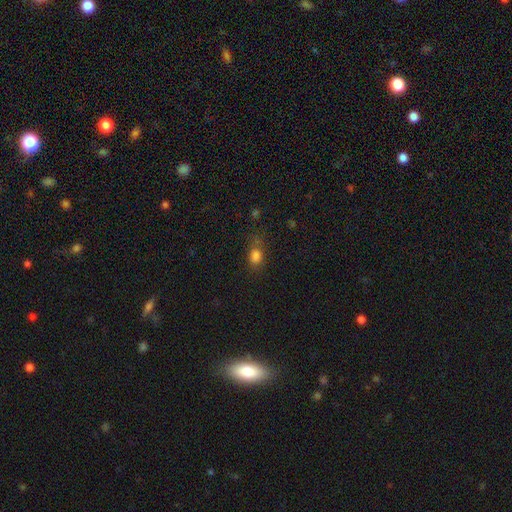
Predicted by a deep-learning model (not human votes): Smooth or featured? smooth (79%)
How rounded? in between (63%)
Merging? none (59%)